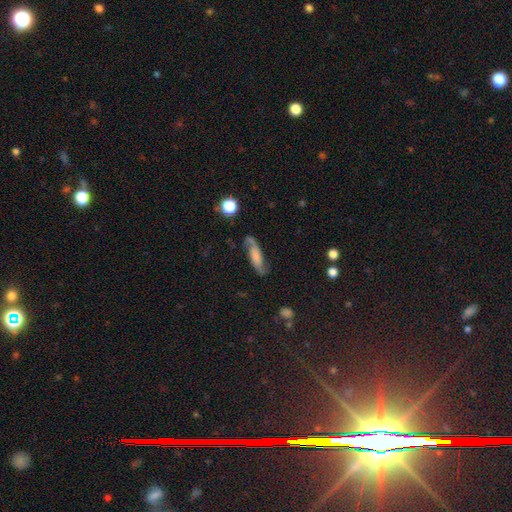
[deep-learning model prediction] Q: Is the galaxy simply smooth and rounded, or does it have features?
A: featured or disk — 69%.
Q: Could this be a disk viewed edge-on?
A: no — 86%.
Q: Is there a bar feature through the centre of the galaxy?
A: no — 51%.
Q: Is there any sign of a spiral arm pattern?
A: yes — 94%.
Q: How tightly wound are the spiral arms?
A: loose — 63%.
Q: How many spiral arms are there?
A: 2 — 91%.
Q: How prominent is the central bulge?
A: none — 43%.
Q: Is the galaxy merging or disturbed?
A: none — 72%.